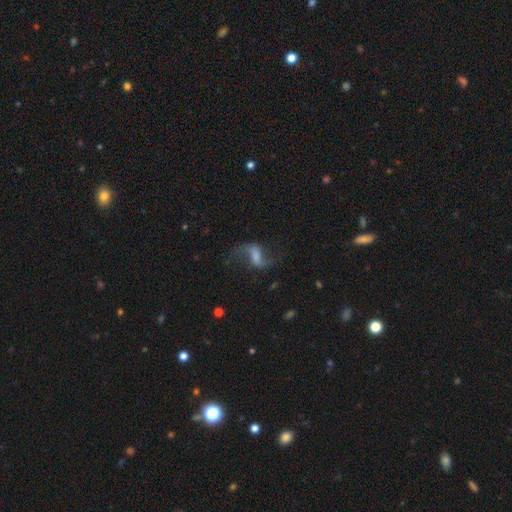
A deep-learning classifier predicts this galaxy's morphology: Smooth or featured? Predicted: featured or disk (p=0.79). Edge-on disk? Predicted: no (p=0.95). Bar? Predicted: weak (p=0.48). Spiral arms? Predicted: yes (p=0.94). Spiral winding? Predicted: loose (p=0.84). Spiral arm count? Predicted: 2 (p=0.92). Bulge size? Predicted: none (p=0.34). Merging? Predicted: none (p=0.70).